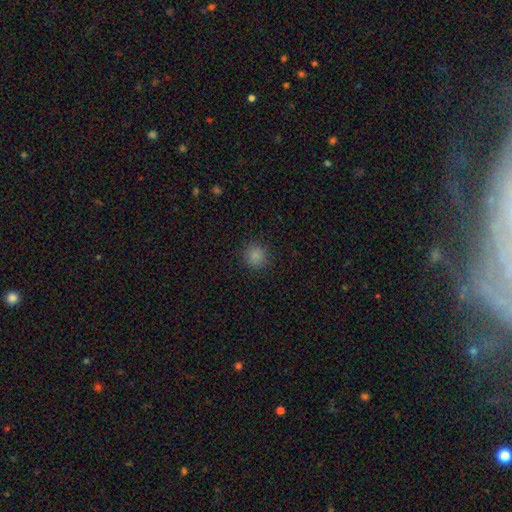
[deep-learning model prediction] Q: Smooth or featured?
A: smooth (84%); runner-up: star or artifact (12%)
Q: How rounded?
A: round (92%); runner-up: in between (7%)
Q: Merging?
A: none (90%); runner-up: minor disturbance (7%)